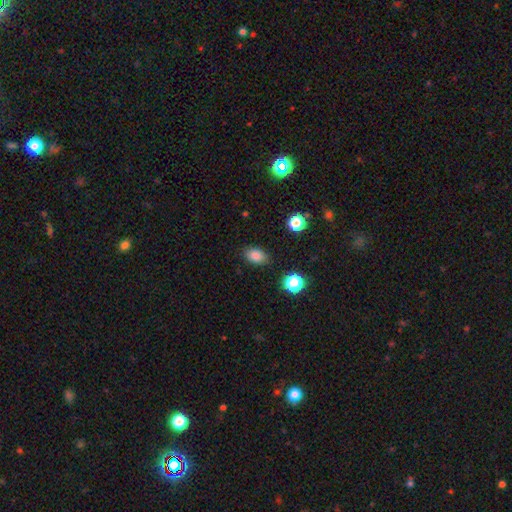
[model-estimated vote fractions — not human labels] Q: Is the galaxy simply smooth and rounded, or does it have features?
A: smooth — 84%.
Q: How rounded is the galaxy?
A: in between — 82%.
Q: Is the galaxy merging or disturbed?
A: none — 85%.